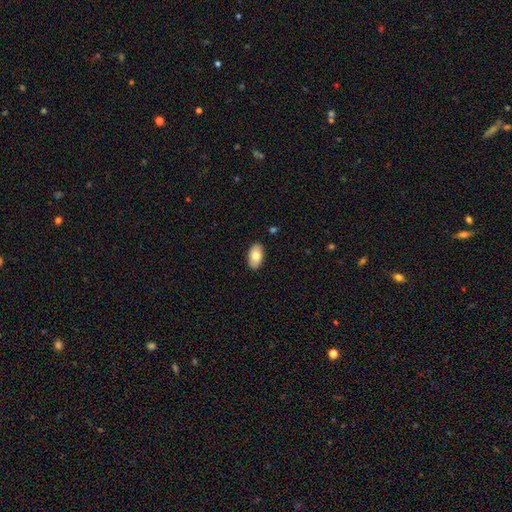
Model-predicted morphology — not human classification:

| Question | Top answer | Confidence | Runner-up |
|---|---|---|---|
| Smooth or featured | smooth | 76% | featured or disk (18%) |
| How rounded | in between | 94% | round (4%) |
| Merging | none | 88% | minor disturbance (9%) |